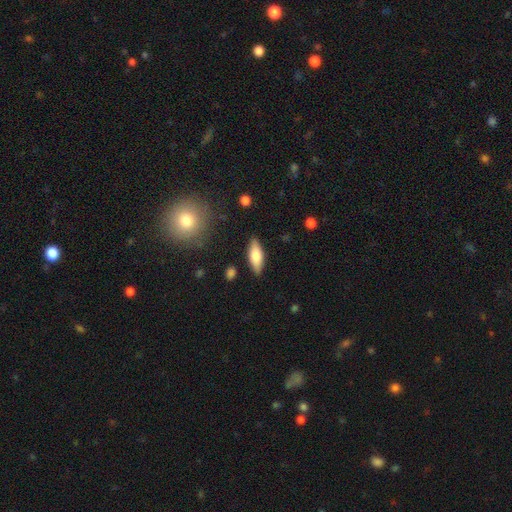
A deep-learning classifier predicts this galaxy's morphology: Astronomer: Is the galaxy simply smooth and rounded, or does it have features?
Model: smooth — 71%.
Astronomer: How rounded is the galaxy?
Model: in between — 67%.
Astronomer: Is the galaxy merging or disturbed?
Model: none — 86%.